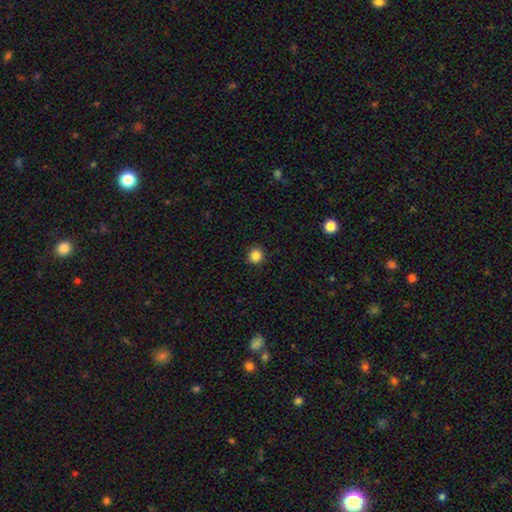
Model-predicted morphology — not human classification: This appears to be a smooth galaxy with no disk features (86%) that is round (90%). Merging: none (92%).